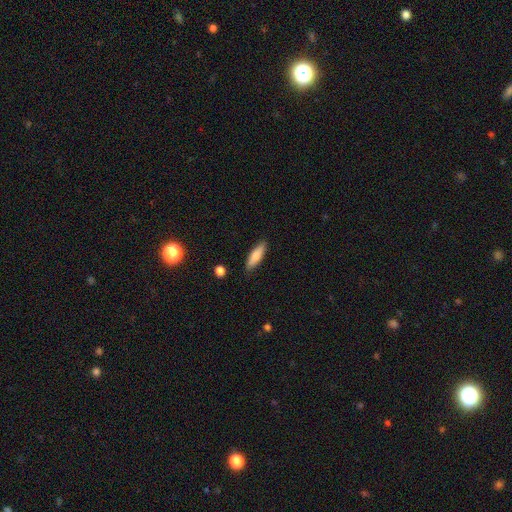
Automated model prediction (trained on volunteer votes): smooth-or-featured: smooth: 75% | featured or disk: 18% | star or artifact: 6%
  how-rounded: cigar-shaped: 59% | in between: 39% | round: 2%
  merging: none: 87% | minor disturbance: 10% | major disturbance: 2% | merger: 1%